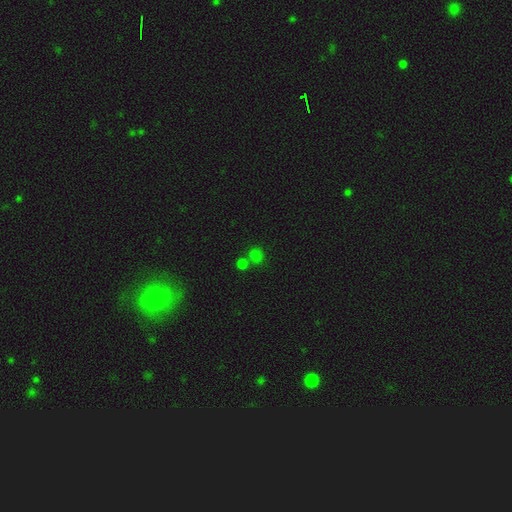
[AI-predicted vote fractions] A smooth galaxy with no disk features (67%) that is round (76%).

Vote fractions:
- Smooth or featured? smooth: 67% / star or artifact: 27% / featured or disk: 6%
- How rounded? round: 76% / in between: 22% / cigar-shaped: 1%
- Merging? none: 59% / merger: 28% / minor disturbance: 9% / major disturbance: 4%